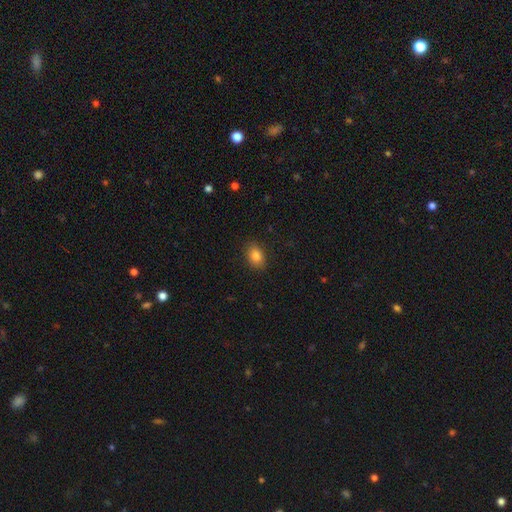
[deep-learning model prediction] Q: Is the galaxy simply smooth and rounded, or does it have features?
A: smooth — 84%.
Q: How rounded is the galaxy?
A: in between — 79%.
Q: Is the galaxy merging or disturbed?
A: none — 88%.